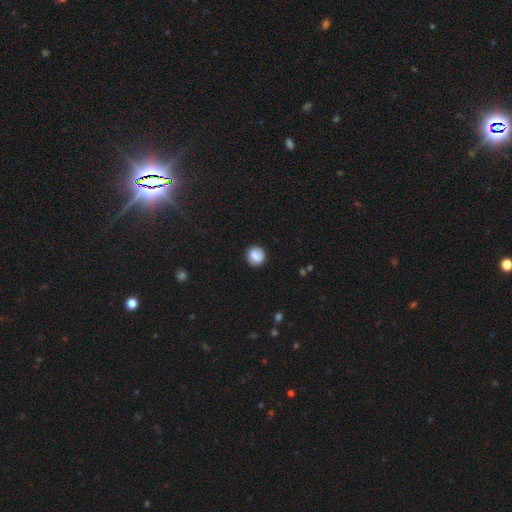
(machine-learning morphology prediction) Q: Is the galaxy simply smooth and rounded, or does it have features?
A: smooth — 85%.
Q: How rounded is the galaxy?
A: round — 89%.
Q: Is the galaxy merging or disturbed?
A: none — 88%.